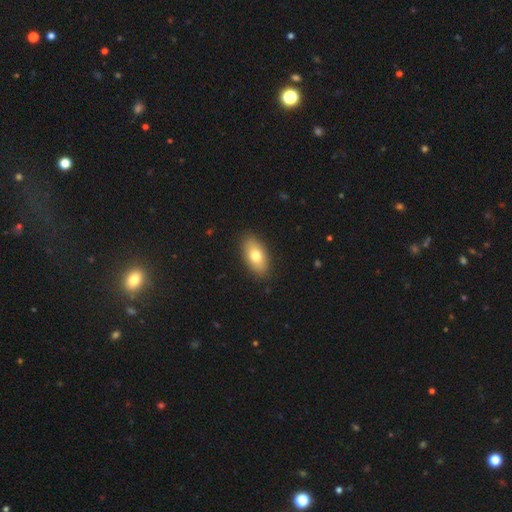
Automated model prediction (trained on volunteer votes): Smooth or featured? smooth (75%)
How rounded? in between (92%)
Merging? none (88%)